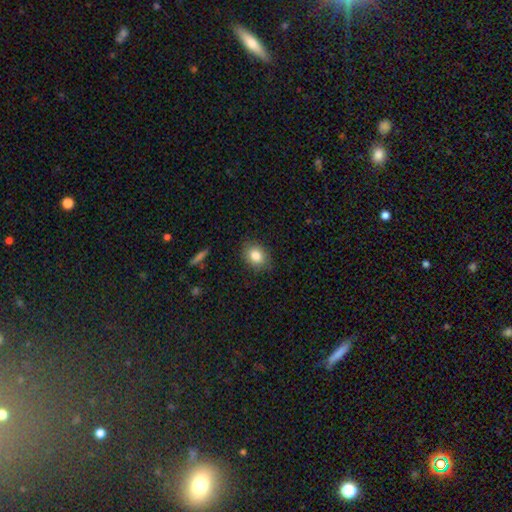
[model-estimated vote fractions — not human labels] The model was most divided on "how rounded": in between: 59%, round: 40%, cigar-shaped: 1%. More confident: merging — none (85%); smooth or featured — smooth (82%).